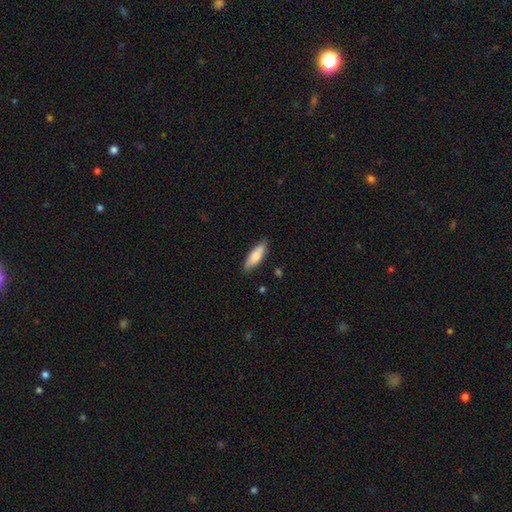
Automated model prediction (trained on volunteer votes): Smooth or featured? smooth (81%)
How rounded? in between (56%)
Merging? none (85%)